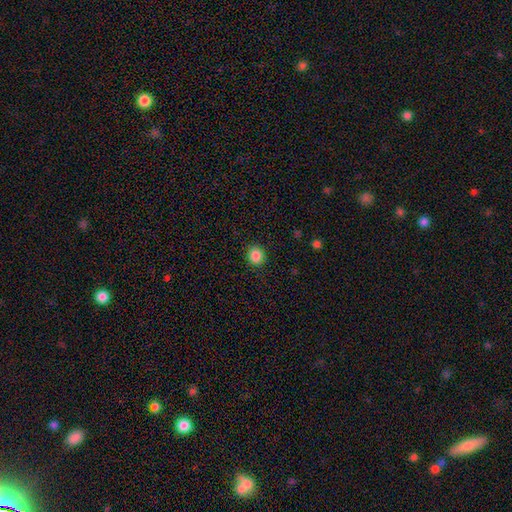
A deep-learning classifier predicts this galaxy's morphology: This is clearly a smooth galaxy (86%). How rounded: clearly round (83%). Merging: clearly none (90%).